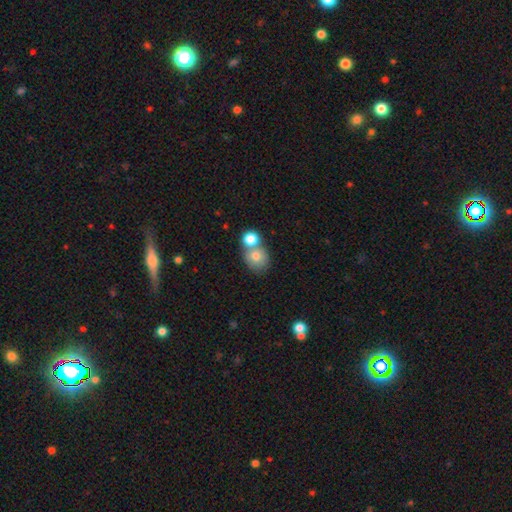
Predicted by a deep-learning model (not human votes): Smooth or featured? smooth (75%)
How rounded? round (73%)
Merging? merger (49%)